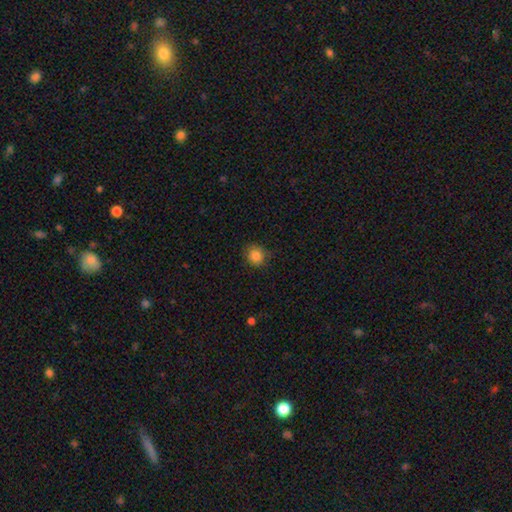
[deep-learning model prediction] Smooth or featured? smooth (85%)
How rounded? round (82%)
Merging? none (82%)